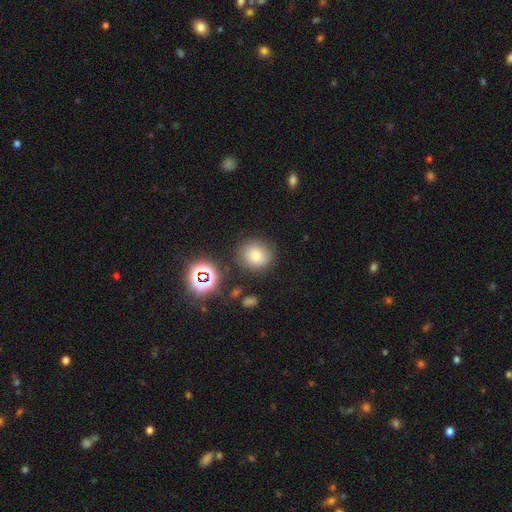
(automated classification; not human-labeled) This is likely a smooth galaxy (70%). How rounded: likely round (80%). Merging: clearly none (83%).